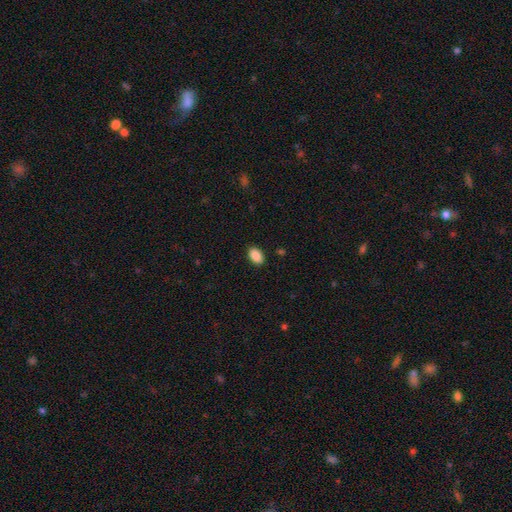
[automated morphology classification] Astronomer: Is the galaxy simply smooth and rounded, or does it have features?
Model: smooth — 90%.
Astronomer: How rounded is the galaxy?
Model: in between — 91%.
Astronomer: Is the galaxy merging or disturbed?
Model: none — 89%.